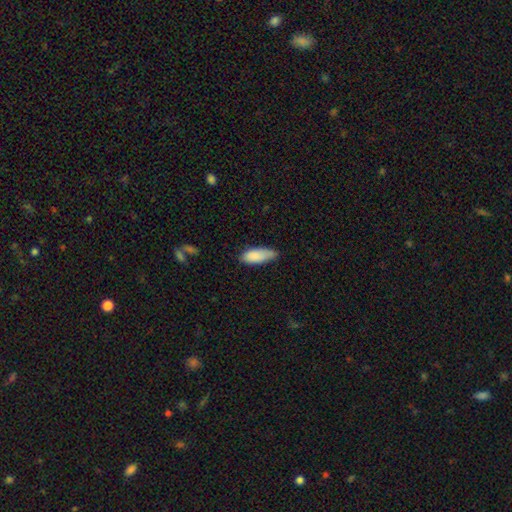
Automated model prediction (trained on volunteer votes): A smooth galaxy with no disk features (86%) that is in between round and cigar-shaped (76%). Merging: none (54%).